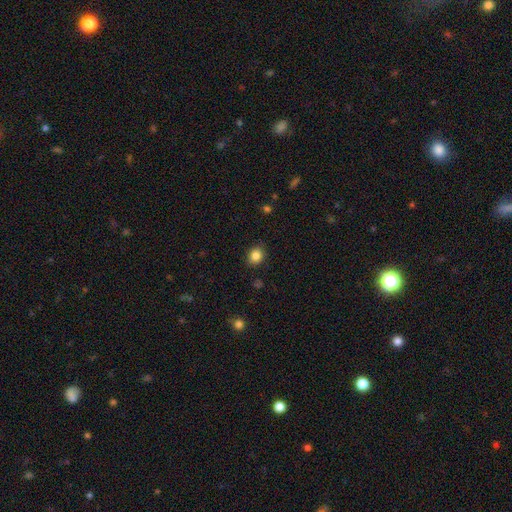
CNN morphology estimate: The model was most divided on "how rounded": round: 60%, in between: 39%, cigar-shaped: 1%. More confident: merging — none (88%); smooth or featured — smooth (84%).